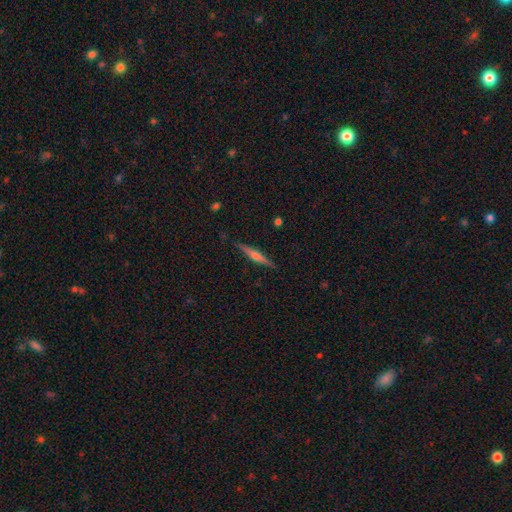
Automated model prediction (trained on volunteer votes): This appears to be a featured or disk galaxy (71%) viewed edge-on (98%) with a rounded central bulge (81%). Merging: none (89%).